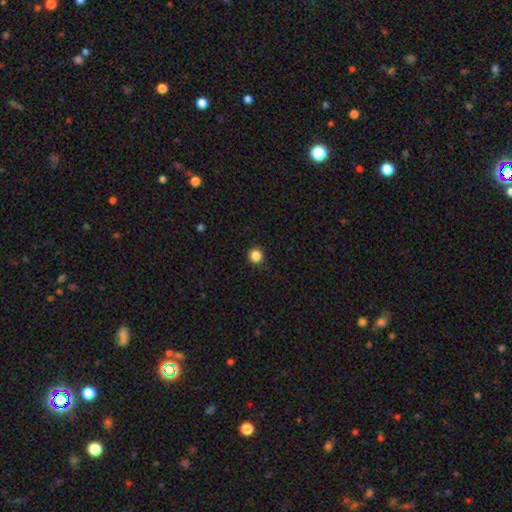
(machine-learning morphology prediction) This appears to be a smooth galaxy with no disk features (86%) that is round (94%). Merging: none (92%).